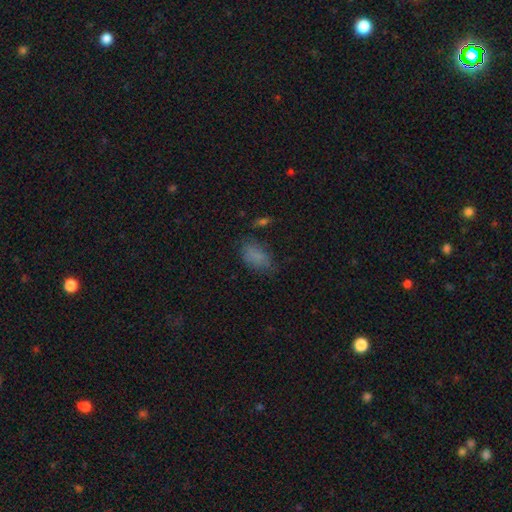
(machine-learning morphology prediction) A smooth galaxy with no disk features (79%) that is in between round and cigar-shaped (90%). Merging: none (62%).